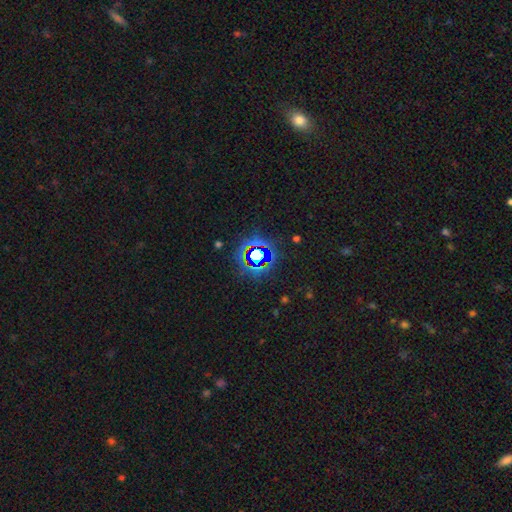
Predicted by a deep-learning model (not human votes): The model was most divided on "smooth or featured": star or artifact: 70%, smooth: 17%, featured or disk: 12%.